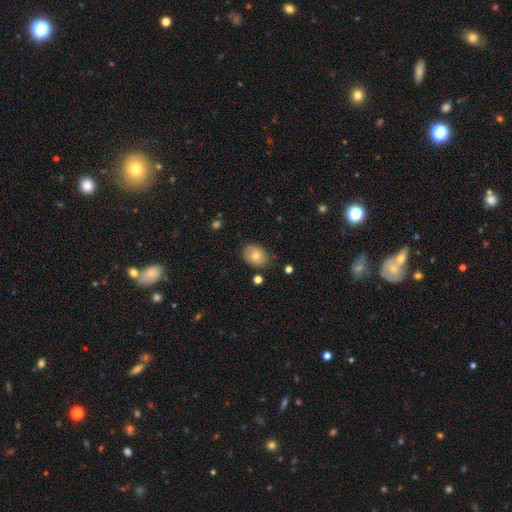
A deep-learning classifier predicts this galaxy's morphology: type=smooth (75%); roundness=in between (67%); merging=none (80%).